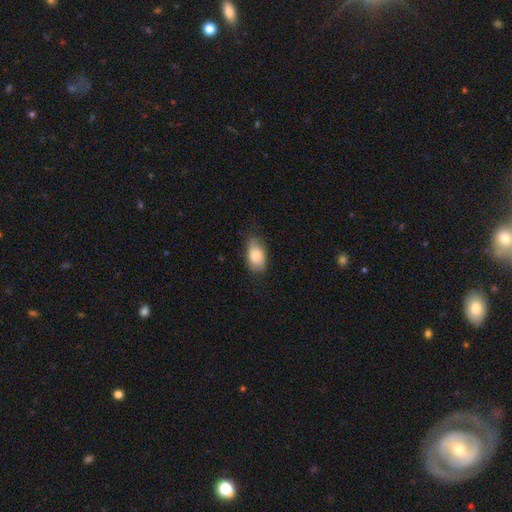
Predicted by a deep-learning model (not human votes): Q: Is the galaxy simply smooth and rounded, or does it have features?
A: smooth — 80%.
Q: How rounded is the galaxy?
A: in between — 91%.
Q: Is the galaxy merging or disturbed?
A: none — 66%.